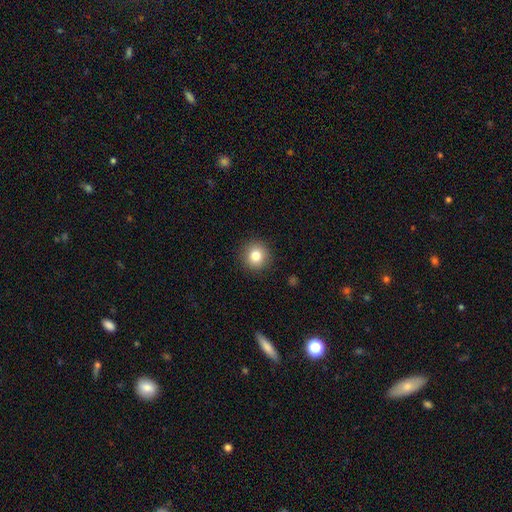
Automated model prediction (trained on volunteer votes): smooth 82%, star or artifact 11%, featured or disk 7%. Down the decision tree: how rounded — round (93%); merging — none (91%).